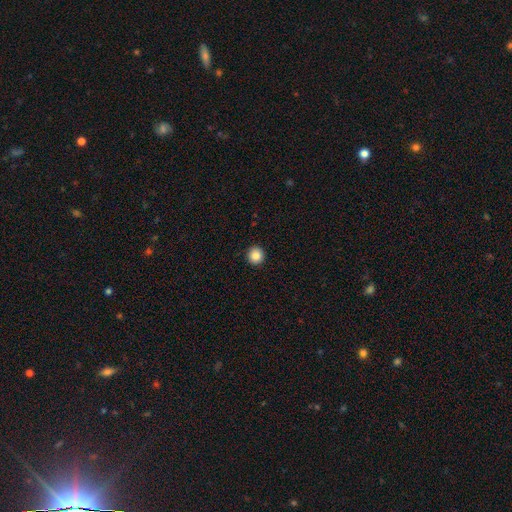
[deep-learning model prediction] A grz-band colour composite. It shows a smooth galaxy with no disk features (86%) that is round (94%). Merging: none (93%).